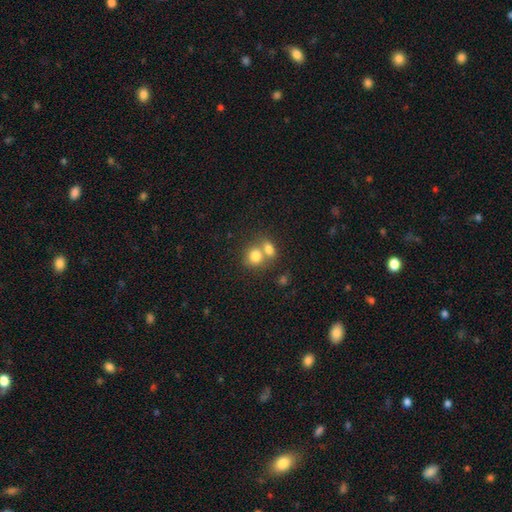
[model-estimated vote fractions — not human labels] Smooth or featured? smooth (78%)
How rounded? round (67%)
Merging? merger (56%)